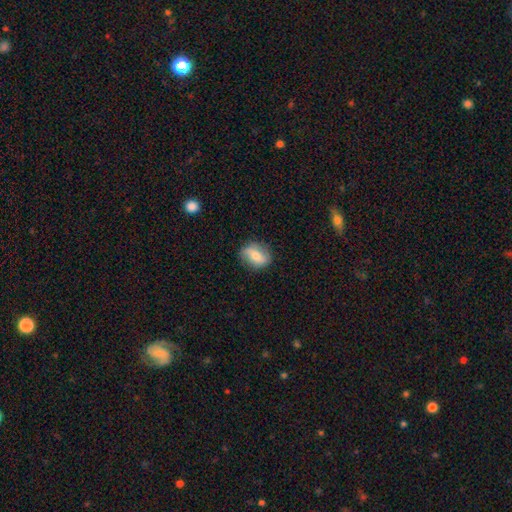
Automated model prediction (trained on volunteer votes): Smooth or featured? smooth (56%)
How rounded? in between (61%)
Merging? none (80%)